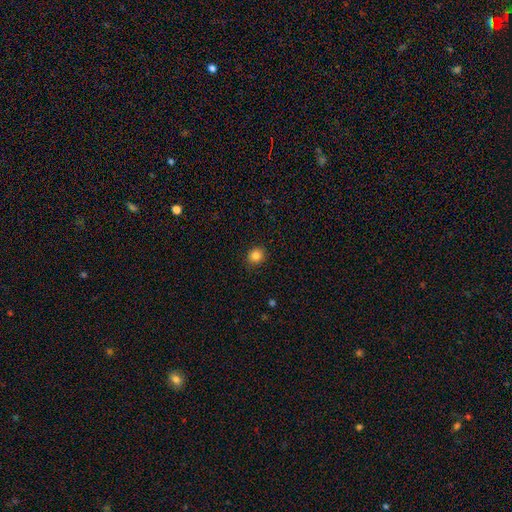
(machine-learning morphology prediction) This is clearly a smooth galaxy (85%). How rounded: clearly round (84%). Merging: clearly none (91%).